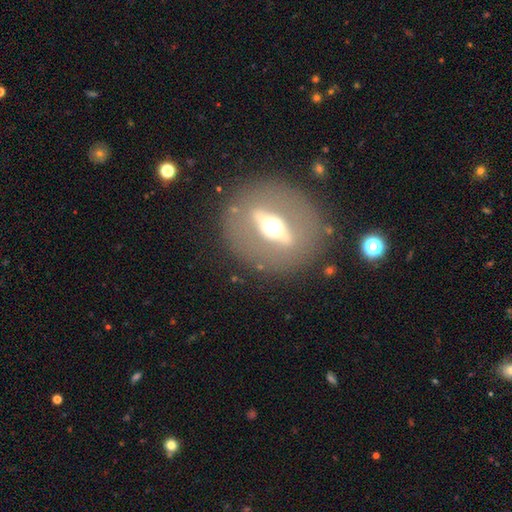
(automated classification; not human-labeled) The model was most divided on "edge-on disk": no: 60%, yes: 40%. More confident: merging — none (83%); smooth or featured — featured or disk (67%).